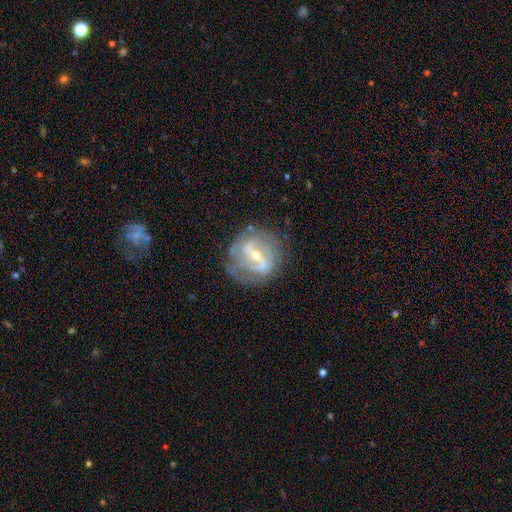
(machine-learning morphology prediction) smooth-or-featured: featured or disk: 81% | smooth: 13% | star or artifact: 6%
  disk-edge-on: no: 96% | yes: 4%
    bar: weak: 43% | strong: 39% | no: 18%
    has-spiral-arms: yes: 82% | no: 18%
      spiral-winding: medium: 44% | tight: 32% | loose: 24%
      spiral-arm-count: 2: 66% | can't tell: 20% | 3: 6% | 1: 5% | 4: 2% | more than 4: 2%
    bulge-size: small: 51% | moderate: 46% | large: 2% | none: 1% | dominant: 1%
  merging: none: 66% | minor disturbance: 20% | major disturbance: 12% | merger: 2%